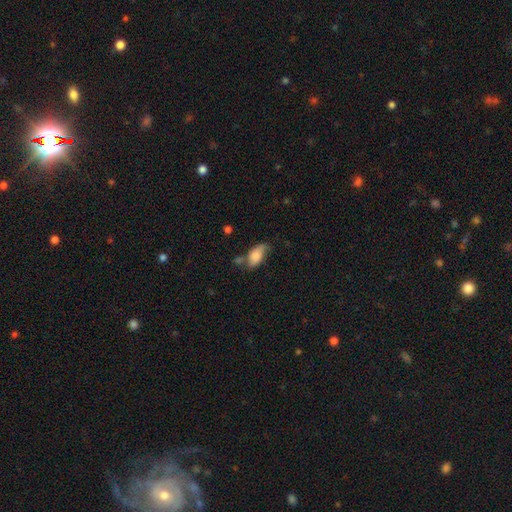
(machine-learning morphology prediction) smooth-or-featured: smooth: 75% | featured or disk: 18% | star or artifact: 8%
  how-rounded: in between: 91% | round: 5% | cigar-shaped: 5%
  merging: none: 39% | minor disturbance: 35% | major disturbance: 14% | merger: 12%